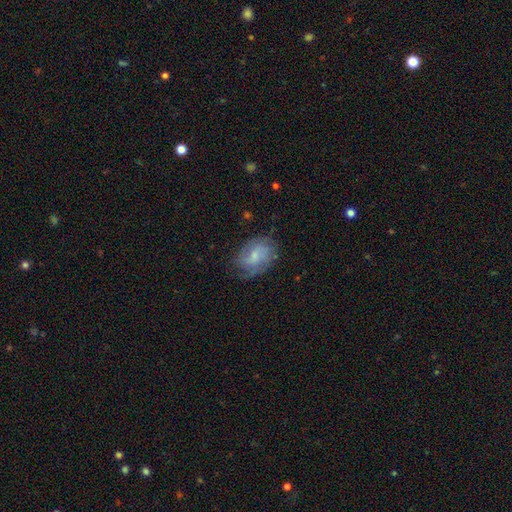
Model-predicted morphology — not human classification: A featured or disk galaxy (58%) with no bar (49%), spiral arms (85%) and a small central bulge (45%). Merging: none (66%).